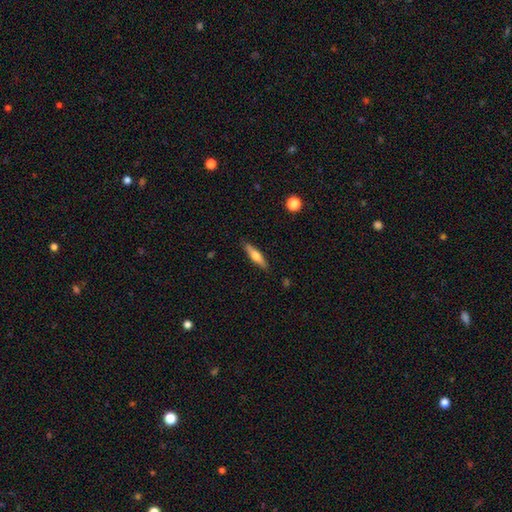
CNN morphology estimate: type=smooth (52%); roundness=cigar-shaped (78%); merging=none (88%).